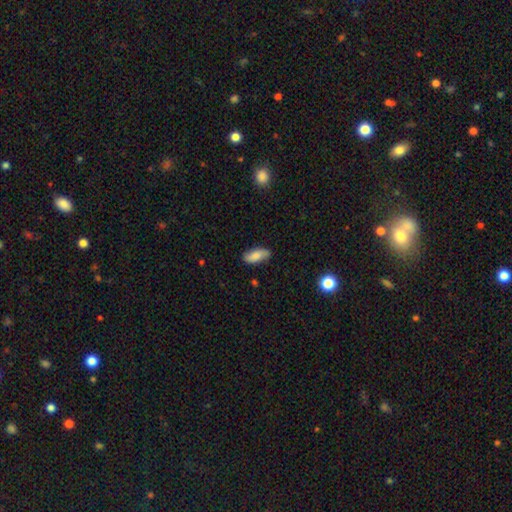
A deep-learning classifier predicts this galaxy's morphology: The model was most divided on "smooth or featured": smooth: 73%, featured or disk: 20%, star or artifact: 7%. More confident: how rounded — in between (82%); merging — none (80%).